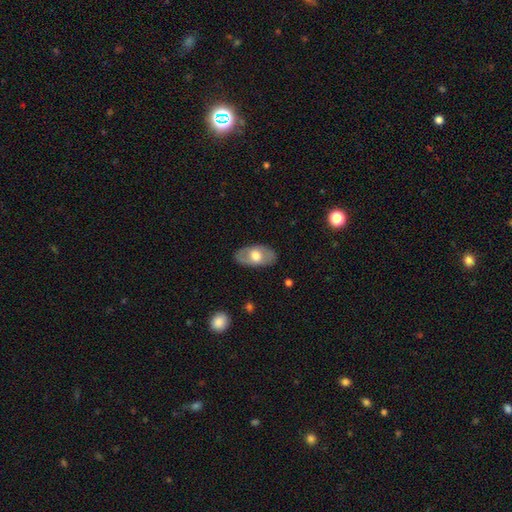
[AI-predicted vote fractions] smooth 52%, featured or disk 43%, star or artifact 5%. Down the decision tree: how rounded — in between (92%); merging — none (83%).